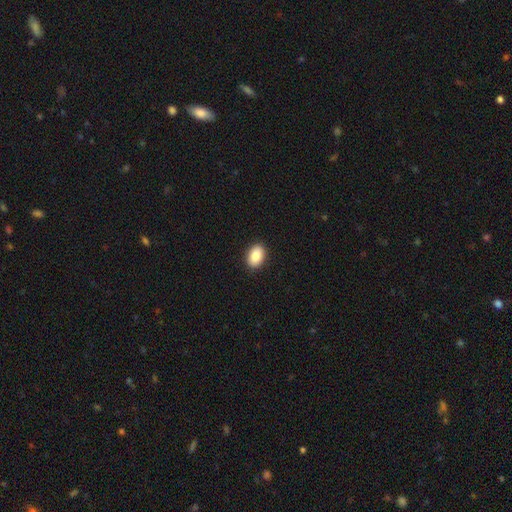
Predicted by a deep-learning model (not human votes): Smooth or featured: smooth — 87% (star or artifact — 7%)
How rounded: in between — 82% (round — 17%)
Merging: none — 91% (minor disturbance — 6%)